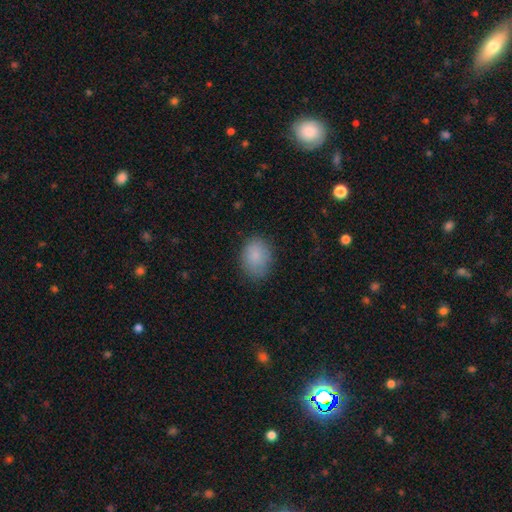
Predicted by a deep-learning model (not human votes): This appears to be a smooth galaxy with no disk features (86%) that is in between round and cigar-shaped (65%). Merging: none (78%).